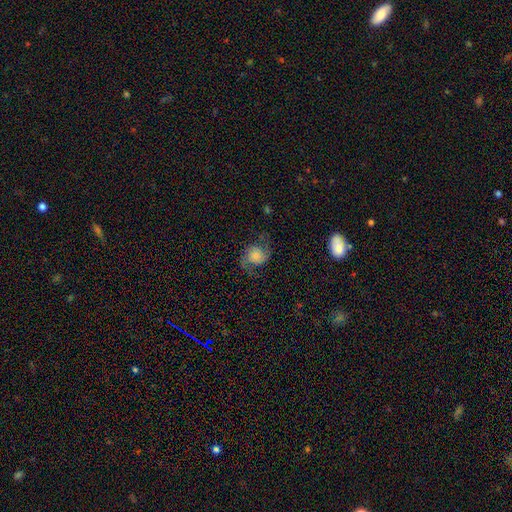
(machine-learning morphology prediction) A featured or disk galaxy (71%) with no bar (72%), 2 (92%) loose (50%) spiral arms (95%) and a small central bulge (35%).

Vote fractions:
- Smooth or featured? featured or disk: 71% / smooth: 20% / star or artifact: 9%
- Edge-on disk? no: 98% / yes: 2%
- Bar? no: 72% / weak: 23% / strong: 5%
- Spiral arms? yes: 95% / no: 5%
- Spiral winding? loose: 50% / medium: 40% / tight: 10%
- Spiral arm count? 2: 92% / can't tell: 3% / 1: 2% / 3: 1% / 4: 1% / more than 4: 1%
- Bulge size? small: 35% / moderate: 25% / none: 17% / large: 17% / dominant: 7%
- Merging? none: 71% / minor disturbance: 16% / major disturbance: 11% / merger: 1%